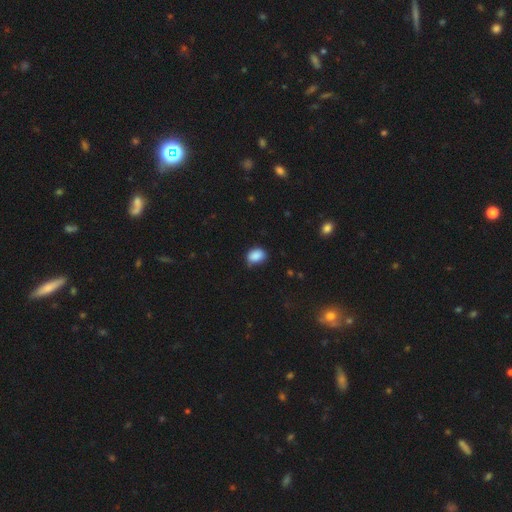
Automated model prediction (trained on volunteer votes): This is clearly a smooth galaxy (87%). How rounded: likely in between (73%). Merging: likely none (68%).